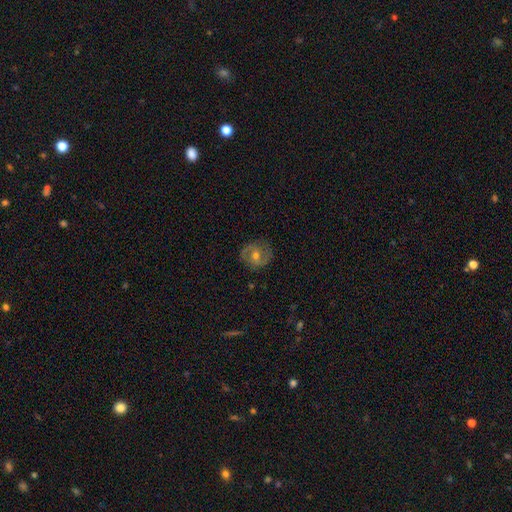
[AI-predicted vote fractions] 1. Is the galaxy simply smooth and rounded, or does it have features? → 70% featured or disk, 22% smooth, 8% star or artifact.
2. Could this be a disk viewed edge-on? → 97% no, 3% yes.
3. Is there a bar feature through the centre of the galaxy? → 48% no, 40% weak, 13% strong.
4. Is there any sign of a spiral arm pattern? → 82% yes, 18% no.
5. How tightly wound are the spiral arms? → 46% medium, 39% tight, 15% loose.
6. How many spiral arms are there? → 82% 2, 10% can't tell, 3% 1, 2% 3, 1% 4, 1% more than 4.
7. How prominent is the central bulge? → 66% moderate, 30% small, 3% large, 1% none, 1% dominant.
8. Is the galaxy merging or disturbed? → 83% none, 12% minor disturbance, 4% major disturbance, 1% merger.